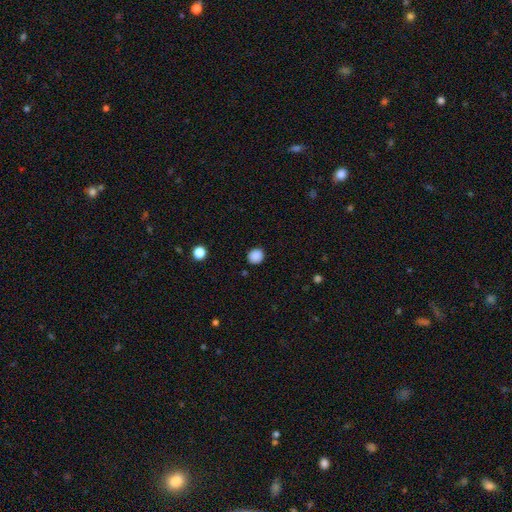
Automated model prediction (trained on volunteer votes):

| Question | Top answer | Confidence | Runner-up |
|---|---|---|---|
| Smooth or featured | smooth | 87% | star or artifact (10%) |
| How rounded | round | 85% | in between (14%) |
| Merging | none | 89% | minor disturbance (7%) |